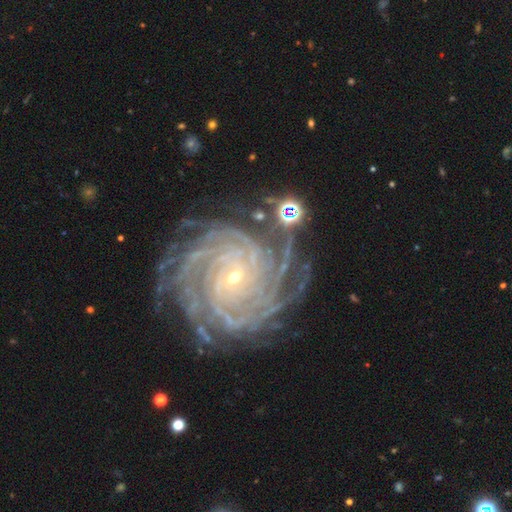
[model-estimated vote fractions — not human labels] Smooth or featured? Predicted: featured or disk (p=0.91). Edge-on disk? Predicted: no (p=0.98). Bar? Predicted: no (p=0.57). Spiral arms? Predicted: yes (p=0.99). Spiral winding? Predicted: tight (p=0.84). Spiral arm count? Predicted: more than 4 (p=0.31). Bulge size? Predicted: small (p=0.82). Merging? Predicted: none (p=0.78).